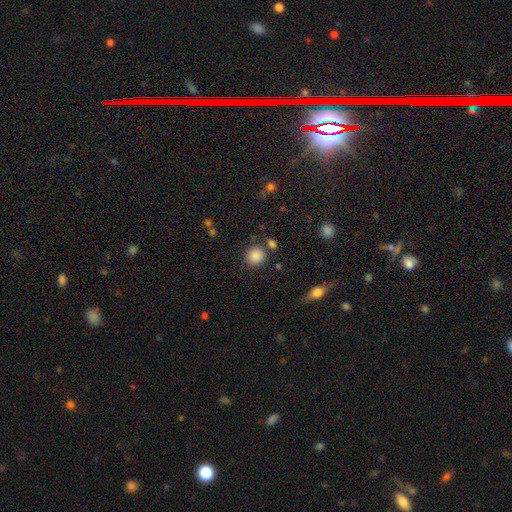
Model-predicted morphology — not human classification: Overall: smooth (86%). How rounded: round (89%). Merging: none (79%).